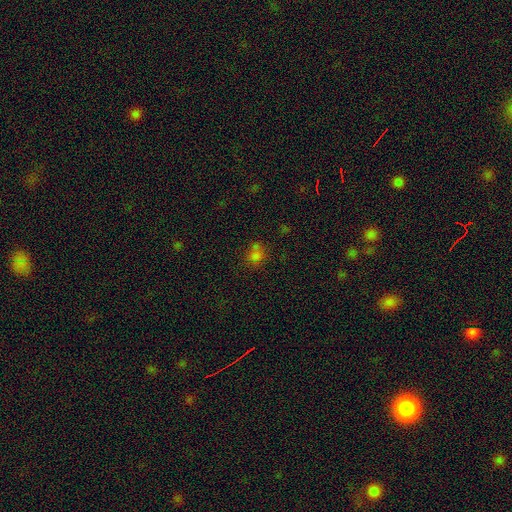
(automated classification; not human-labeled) Smooth or featured?
  - smooth: 67% *
  - star or artifact: 25%
  - featured or disk: 8%
How rounded?
  - round: 66% *
  - in between: 33%
  - cigar-shaped: 2%
Merging?
  - none: 57% *
  - minor disturbance: 18%
  - merger: 17%
  - major disturbance: 8%